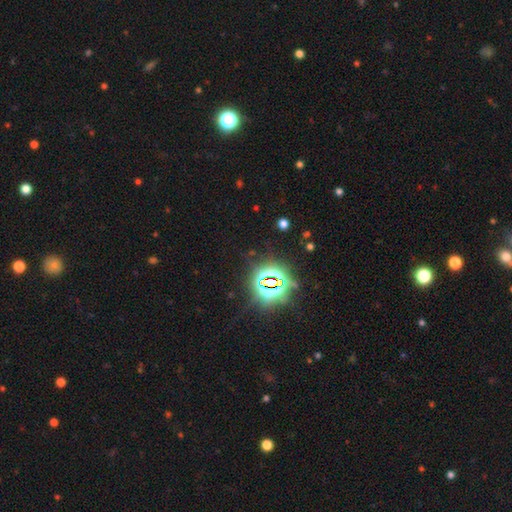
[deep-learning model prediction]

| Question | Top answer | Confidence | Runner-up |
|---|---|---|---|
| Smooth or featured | star or artifact | 84% | smooth (10%) |